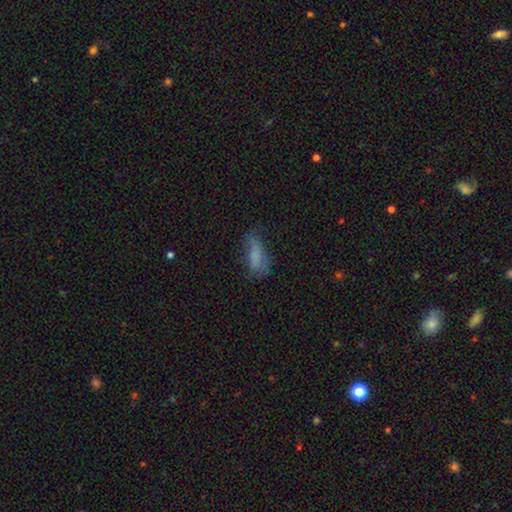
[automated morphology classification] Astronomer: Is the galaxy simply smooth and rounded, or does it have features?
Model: smooth — 69%.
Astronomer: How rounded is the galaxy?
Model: in between — 69%.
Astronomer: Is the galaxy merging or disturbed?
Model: none — 43% (runner-up: minor disturbance, 32%).